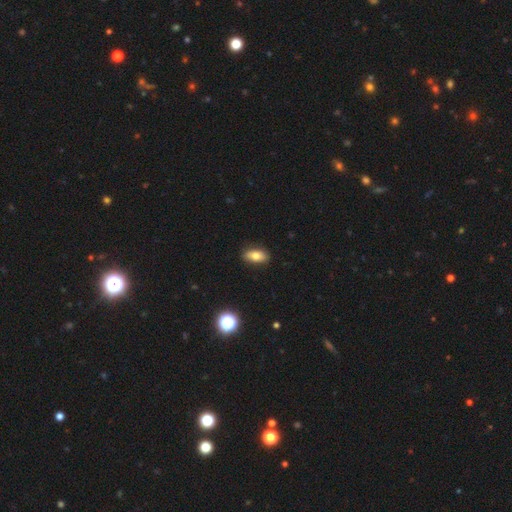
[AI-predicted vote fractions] Smooth or featured?
  - smooth: 77% *
  - featured or disk: 15%
  - star or artifact: 9%
How rounded?
  - in between: 86% *
  - cigar-shaped: 8%
  - round: 6%
Merging?
  - none: 87% *
  - minor disturbance: 10%
  - major disturbance: 2%
  - merger: 1%